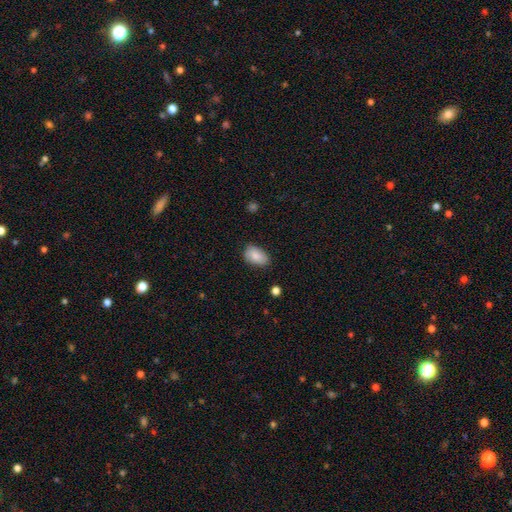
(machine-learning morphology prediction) A smooth galaxy with no disk features (83%) that is in between round and cigar-shaped (90%). Merging: none (69%).